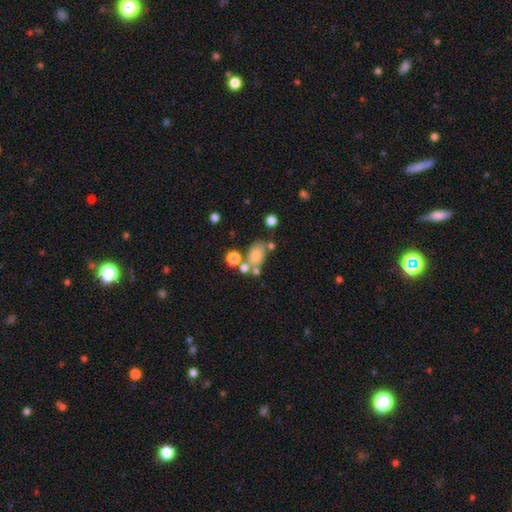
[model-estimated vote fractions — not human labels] Smooth or featured? Predicted: smooth (p=0.71). How rounded? Predicted: in between (p=0.78). Merging? Predicted: none (p=0.50).